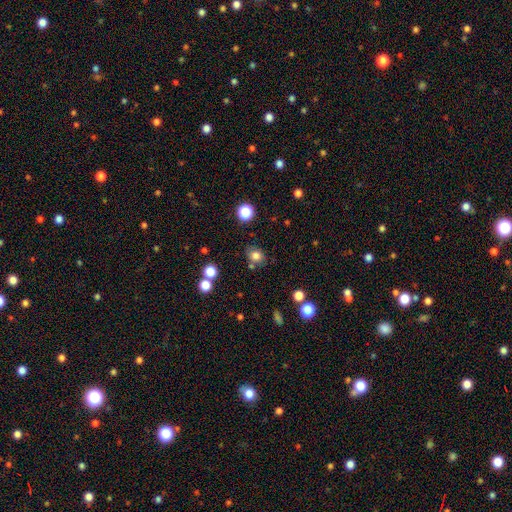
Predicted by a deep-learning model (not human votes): This is likely a smooth galaxy (79%). How rounded: likely round (61%). Merging: likely none (73%).